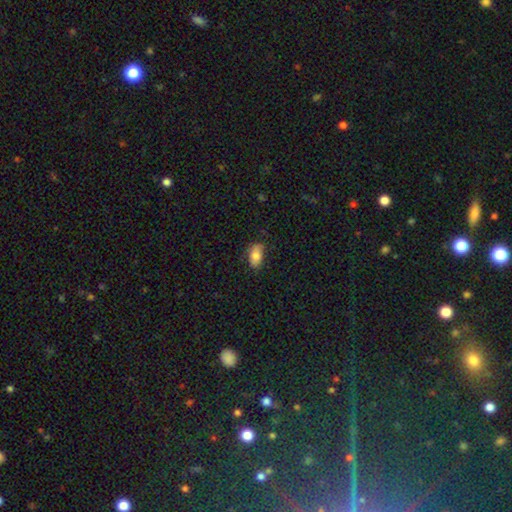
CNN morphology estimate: Smooth or featured: smooth — 81% (featured or disk — 11%)
How rounded: in between — 91% (round — 6%)
Merging: none — 73% (minor disturbance — 21%)